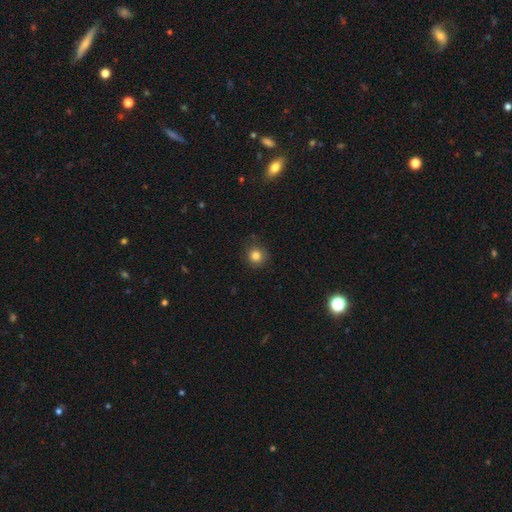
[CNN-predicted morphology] Q: Smooth or featured?
A: smooth (82%); runner-up: star or artifact (12%)
Q: How rounded?
A: round (93%); runner-up: in between (6%)
Q: Merging?
A: none (87%); runner-up: minor disturbance (10%)